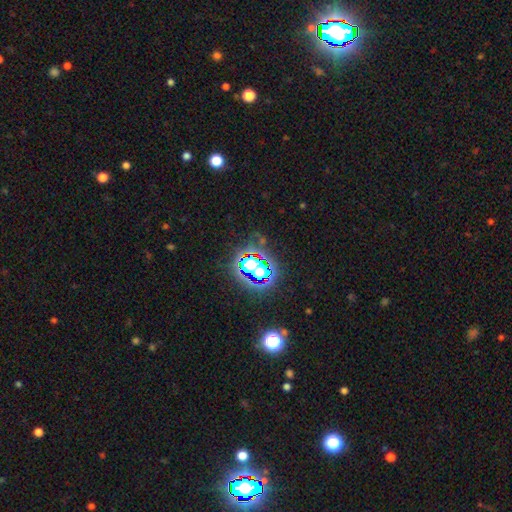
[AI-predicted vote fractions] smooth-or-featured: star or artifact: 73% | smooth: 16% | featured or disk: 11%